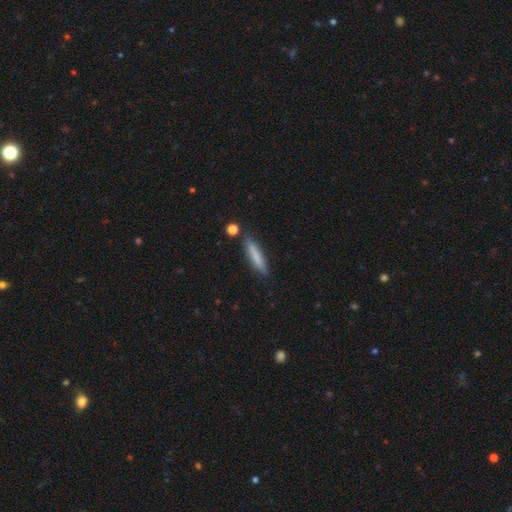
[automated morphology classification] Smooth or featured: smooth — 75% (featured or disk — 18%)
How rounded: cigar-shaped — 87% (in between — 12%)
Merging: none — 81% (minor disturbance — 13%)